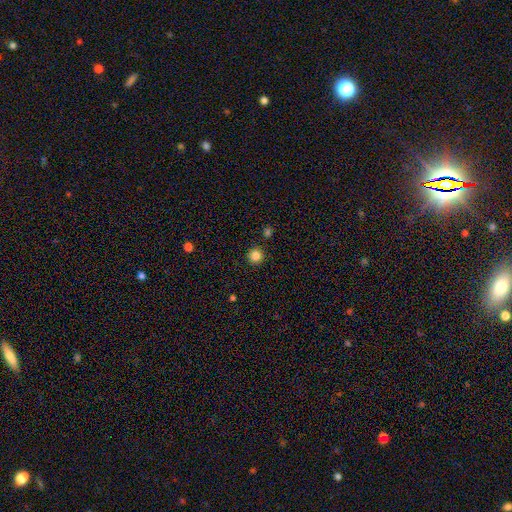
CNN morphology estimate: Smooth or featured? smooth (85%)
How rounded? round (95%)
Merging? none (91%)